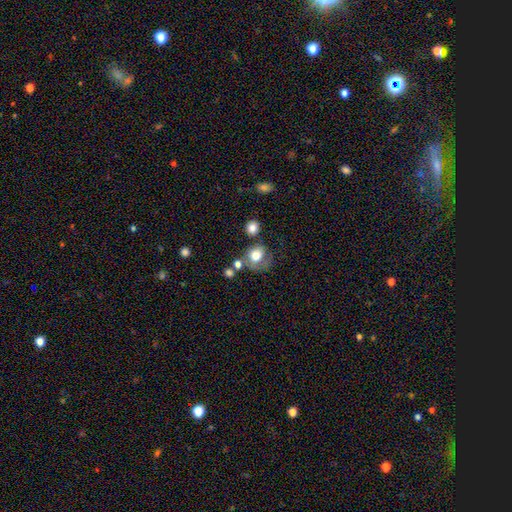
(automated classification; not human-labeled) smooth 72%, featured or disk 18%, star or artifact 10%. Down the decision tree: how rounded — round (64%); merging — none (38%).